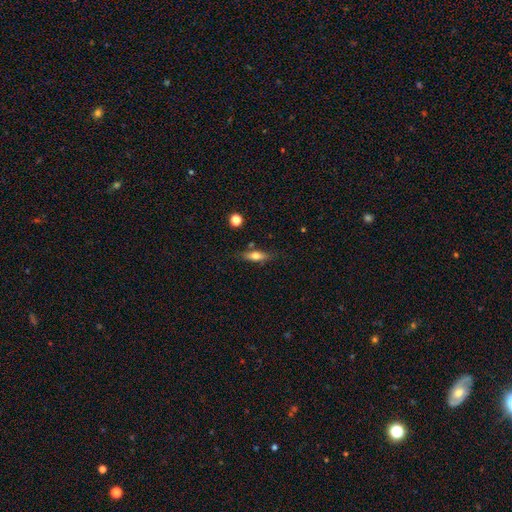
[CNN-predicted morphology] smooth-or-featured: smooth: 59% | featured or disk: 33% | star or artifact: 8%
  how-rounded: in between: 49% | cigar-shaped: 47% | round: 4%
  merging: none: 76% | minor disturbance: 15% | merger: 5% | major disturbance: 4%